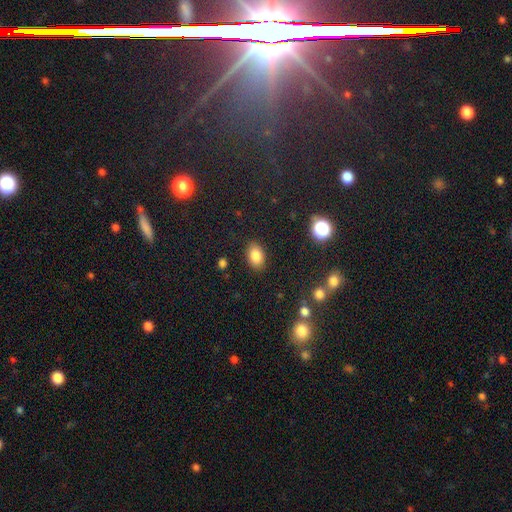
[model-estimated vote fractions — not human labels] Smooth or featured?
  - smooth: 84% *
  - star or artifact: 10%
  - featured or disk: 7%
How rounded?
  - in between: 85% *
  - round: 13%
  - cigar-shaped: 1%
Merging?
  - none: 87% *
  - minor disturbance: 9%
  - major disturbance: 3%
  - merger: 1%